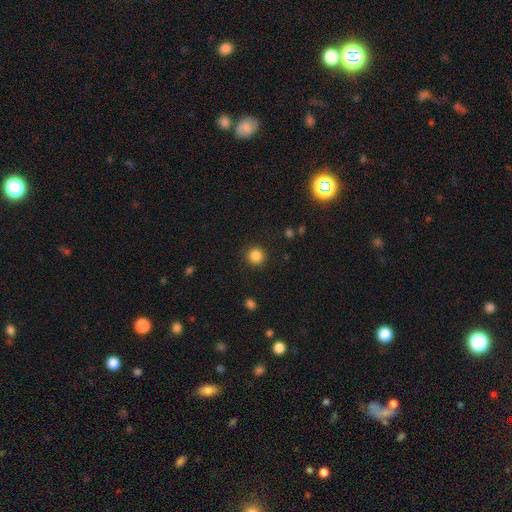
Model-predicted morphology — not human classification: This appears to be a smooth galaxy with no disk features (85%) that is round (94%). Merging: none (91%).